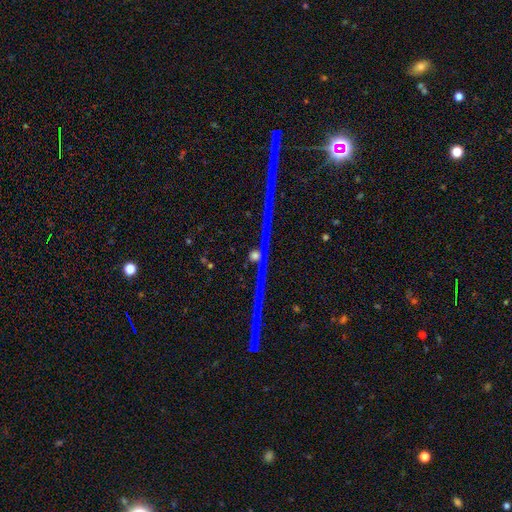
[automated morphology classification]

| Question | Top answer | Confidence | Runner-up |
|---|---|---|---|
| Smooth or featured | star or artifact | 63% | featured or disk (23%) |